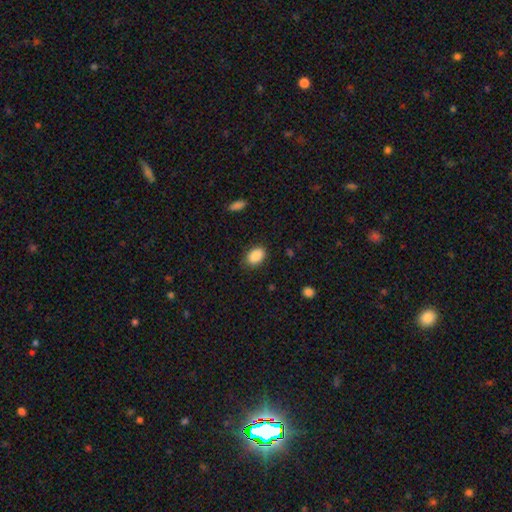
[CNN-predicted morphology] This appears to be a smooth galaxy with no disk features (89%) that is in between round and cigar-shaped (86%). Merging: none (82%).